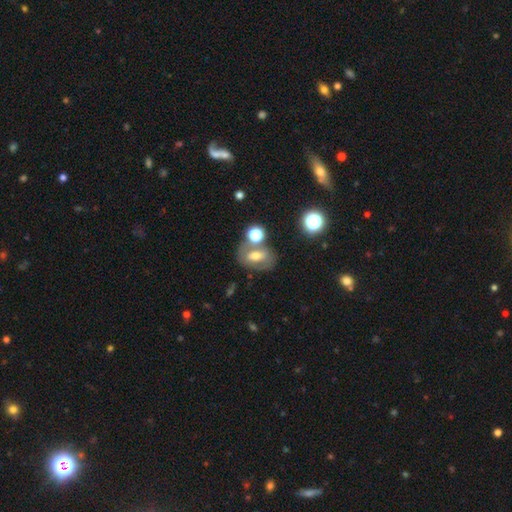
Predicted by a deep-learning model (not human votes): smooth-or-featured: featured or disk: 44% | smooth: 43% | star or artifact: 12%
  merging: none: 54% | merger: 23% | minor disturbance: 15% | major disturbance: 8%